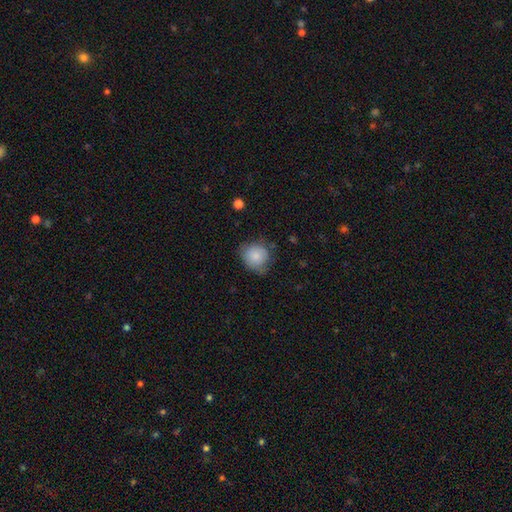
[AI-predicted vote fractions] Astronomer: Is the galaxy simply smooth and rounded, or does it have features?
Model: smooth — 81%.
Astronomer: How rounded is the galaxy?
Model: round — 82%.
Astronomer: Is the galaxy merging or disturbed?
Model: none — 63%.